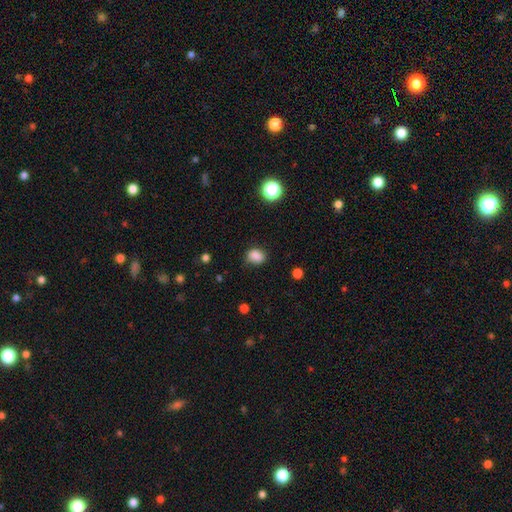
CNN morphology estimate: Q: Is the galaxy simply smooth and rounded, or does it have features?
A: smooth — 85%.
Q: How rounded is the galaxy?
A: in between — 54%.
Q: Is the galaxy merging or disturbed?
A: none — 75%.